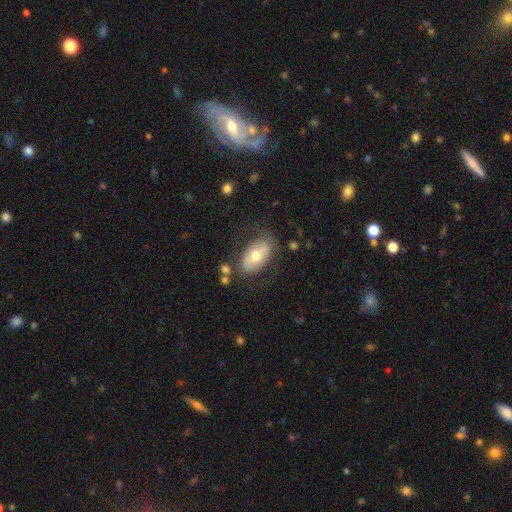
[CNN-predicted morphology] A smooth galaxy with no disk features (55%) that is in between round and cigar-shaped (92%). Merging: none (71%).